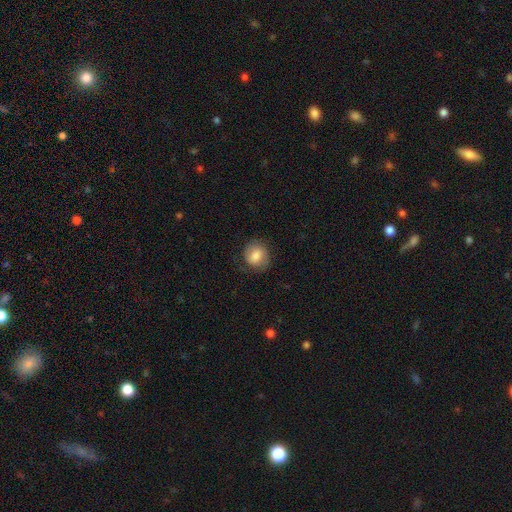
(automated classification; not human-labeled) This appears to be a smooth galaxy with no disk features (74%) that is round (75%). Merging: none (75%).